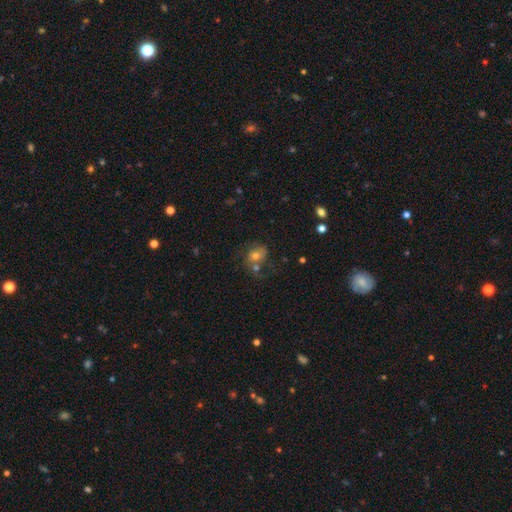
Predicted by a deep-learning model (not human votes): Smooth or featured: smooth — 60% (featured or disk — 25%)
How rounded: round — 60% (in between — 39%)
Merging: none — 44% (merger — 25%)